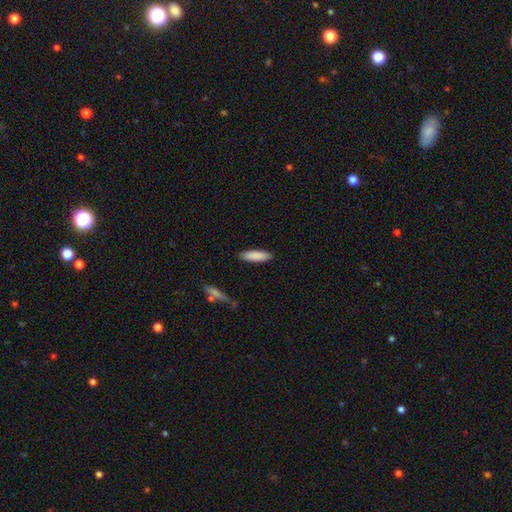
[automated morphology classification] smooth-or-featured: smooth: 87% | featured or disk: 7% | star or artifact: 6%
  how-rounded: cigar-shaped: 57% | in between: 42% | round: 1%
  merging: none: 88% | minor disturbance: 9% | major disturbance: 2% | merger: 2%